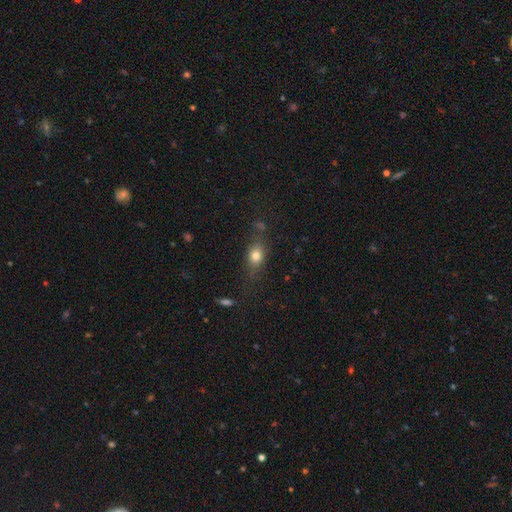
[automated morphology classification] A smooth galaxy with no disk features (77%) that is in between round and cigar-shaped (60%). Merging: none (68%).